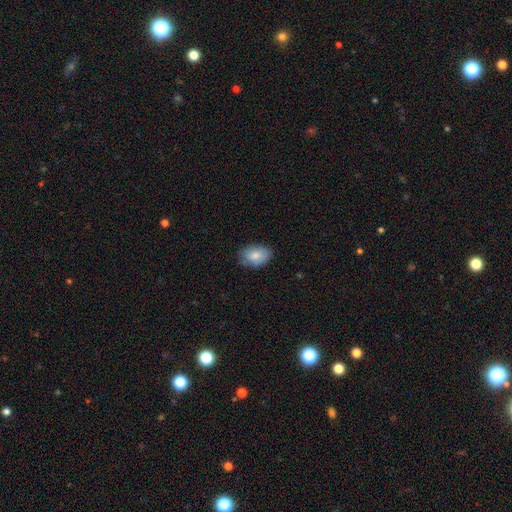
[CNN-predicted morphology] A smooth galaxy with no disk features (83%) that is in between round and cigar-shaped (86%). Merging: none (74%).